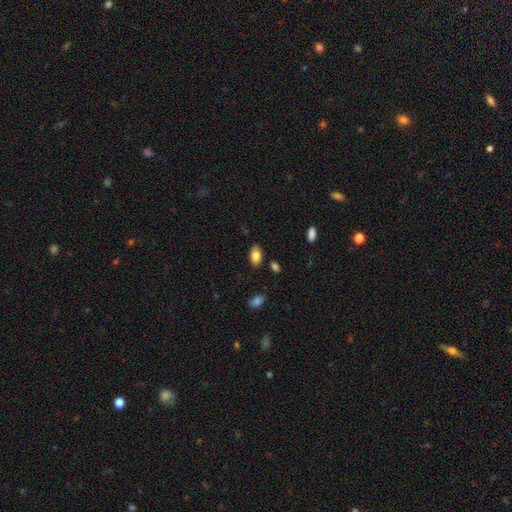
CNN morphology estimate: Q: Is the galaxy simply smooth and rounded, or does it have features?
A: smooth — 82%.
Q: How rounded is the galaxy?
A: in between — 92%.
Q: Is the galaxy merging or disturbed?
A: none — 85%.